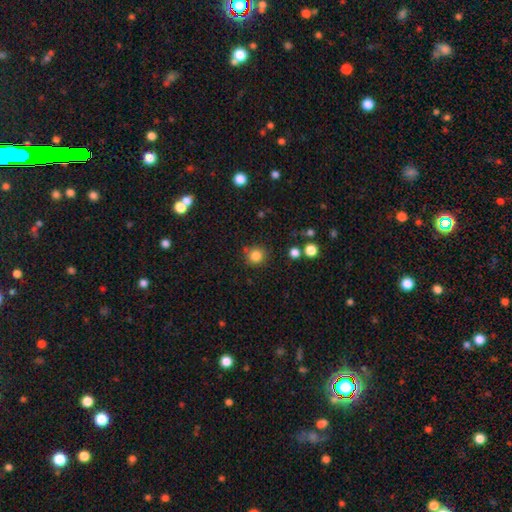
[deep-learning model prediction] Smooth or featured?
  - smooth: 83% *
  - star or artifact: 12%
  - featured or disk: 5%
How rounded?
  - round: 91% *
  - in between: 8%
  - cigar-shaped: 1%
Merging?
  - none: 83% *
  - minor disturbance: 9%
  - merger: 5%
  - major disturbance: 3%